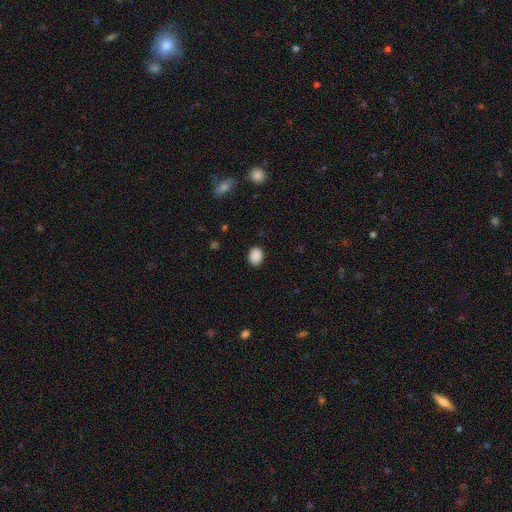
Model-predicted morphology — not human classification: This is clearly a smooth galaxy (89%). How rounded: possibly round (50%). Merging: clearly none (90%).